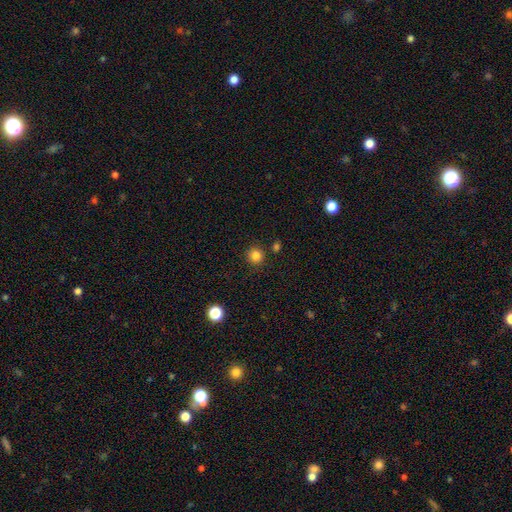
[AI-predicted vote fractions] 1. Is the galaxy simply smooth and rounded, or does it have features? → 83% smooth, 12% star or artifact, 4% featured or disk.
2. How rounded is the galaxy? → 93% round, 6% in between, 1% cigar-shaped.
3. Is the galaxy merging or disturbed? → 86% none, 7% minor disturbance, 4% merger, 2% major disturbance.